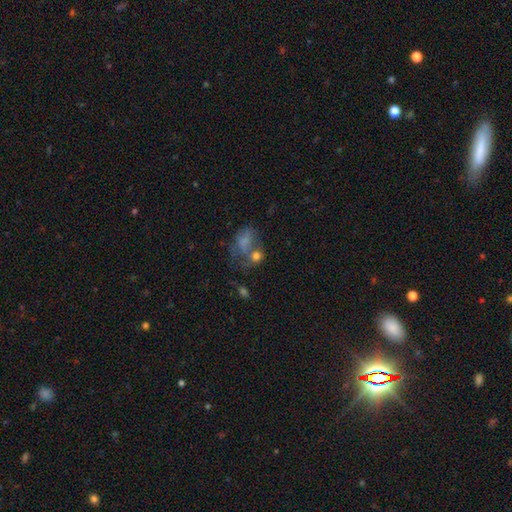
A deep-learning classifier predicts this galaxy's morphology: Smooth or featured? Predicted: smooth (p=0.65). How rounded? Predicted: in between (p=0.51). Merging? Predicted: merger (p=0.40).